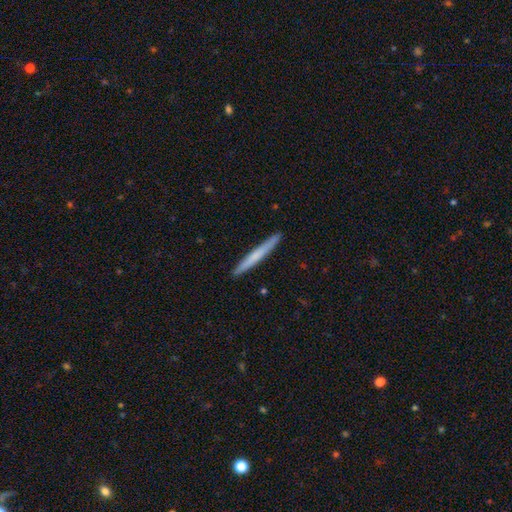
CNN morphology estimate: Smooth or featured? smooth (59%)
How rounded? cigar-shaped (97%)
Merging? none (92%)